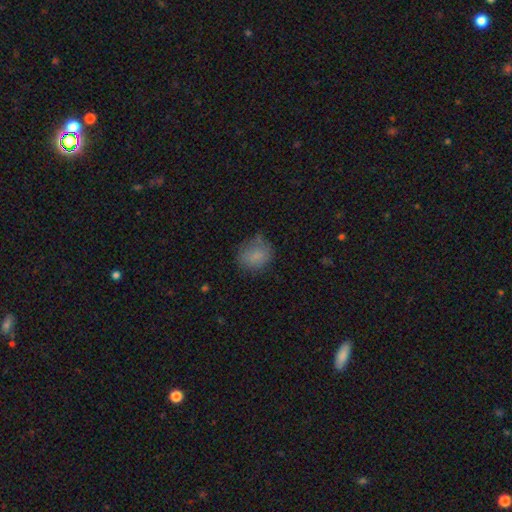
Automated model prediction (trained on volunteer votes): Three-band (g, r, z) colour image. It shows a smooth galaxy with no disk features (80%) that is round (66%). Merging: none (62%).